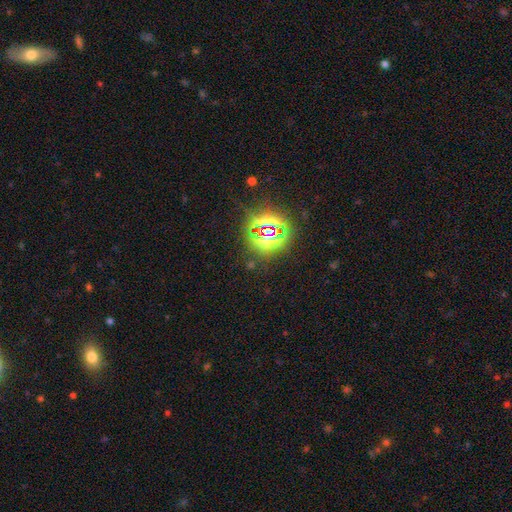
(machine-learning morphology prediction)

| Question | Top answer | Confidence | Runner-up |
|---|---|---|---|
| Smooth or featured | star or artifact | 81% | smooth (13%) |